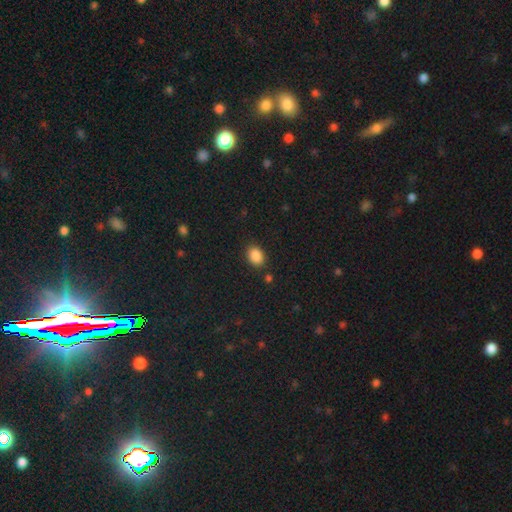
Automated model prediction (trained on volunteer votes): smooth-or-featured: smooth: 88% | star or artifact: 9% | featured or disk: 3%
  how-rounded: in between: 77% | round: 22% | cigar-shaped: 1%
  merging: none: 86% | minor disturbance: 9% | major disturbance: 3% | merger: 2%